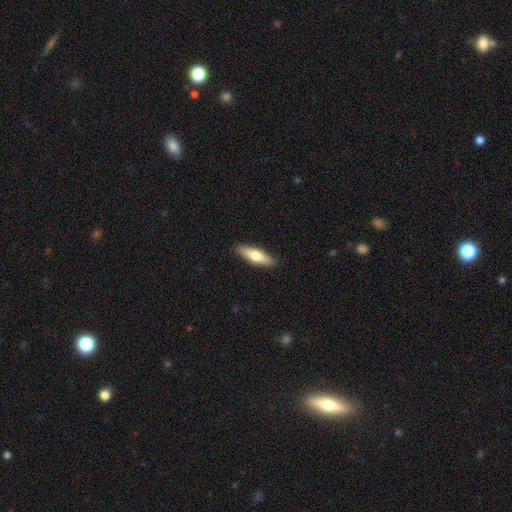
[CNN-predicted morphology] Smooth or featured?
  - smooth: 68% *
  - featured or disk: 27%
  - star or artifact: 5%
How rounded?
  - cigar-shaped: 59% *
  - in between: 39%
  - round: 2%
Merging?
  - none: 89% *
  - minor disturbance: 8%
  - major disturbance: 2%
  - merger: 1%